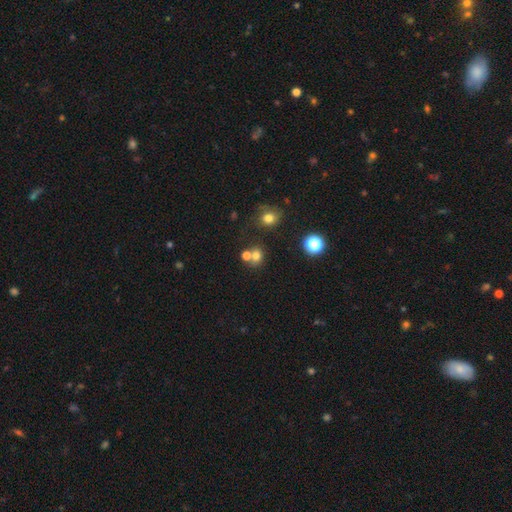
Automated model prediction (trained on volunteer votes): Morphology: type=smooth (71%); roundness=round (72%); merging=none (46%).